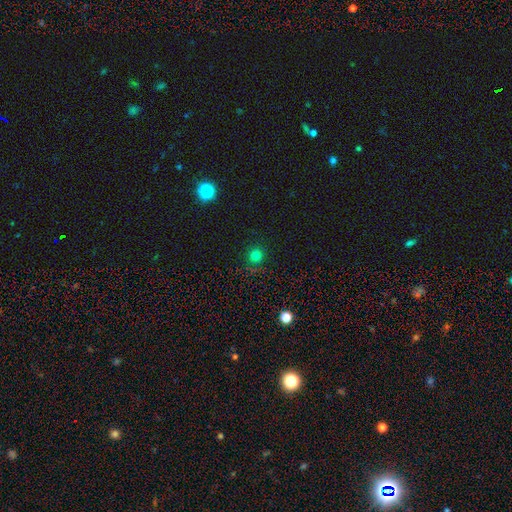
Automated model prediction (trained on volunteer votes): smooth-or-featured: smooth: 78% | star or artifact: 18% | featured or disk: 5%
  how-rounded: round: 94% | in between: 5% | cigar-shaped: 1%
  merging: none: 87% | minor disturbance: 8% | major disturbance: 3% | merger: 2%